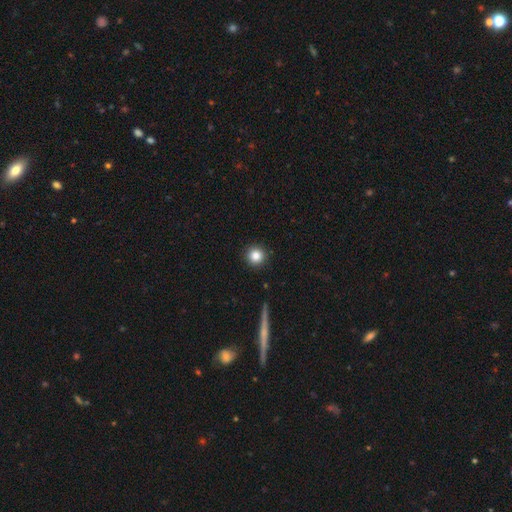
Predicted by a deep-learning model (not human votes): smooth 84%, star or artifact 10%, featured or disk 6%. Down the decision tree: how rounded — round (96%); merging — none (92%).